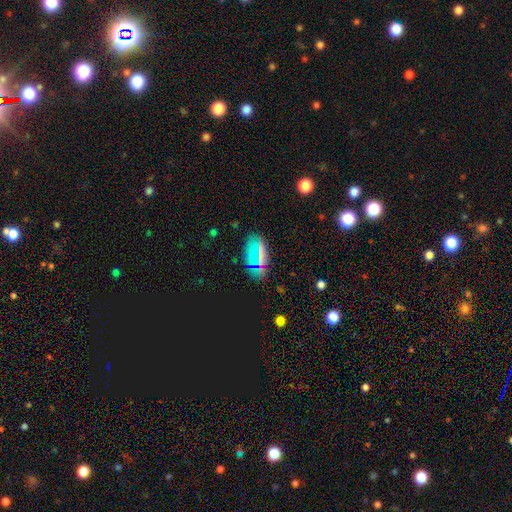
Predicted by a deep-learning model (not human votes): Smooth or featured? Predicted: smooth (p=0.54). How rounded? Predicted: in between (p=0.83). Merging? Predicted: none (p=0.79).